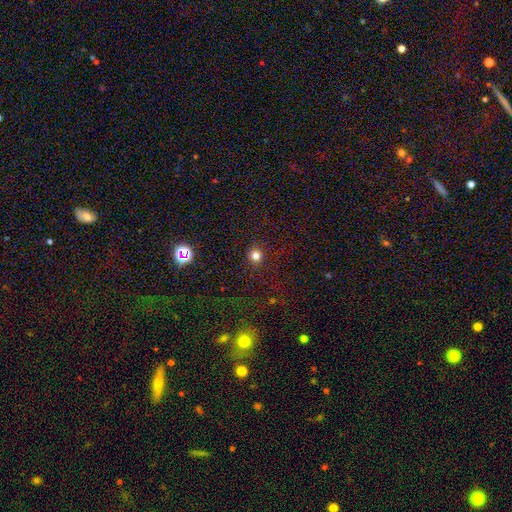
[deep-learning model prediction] This is likely a smooth galaxy (79%). How rounded: clearly round (91%). Merging: clearly none (91%).